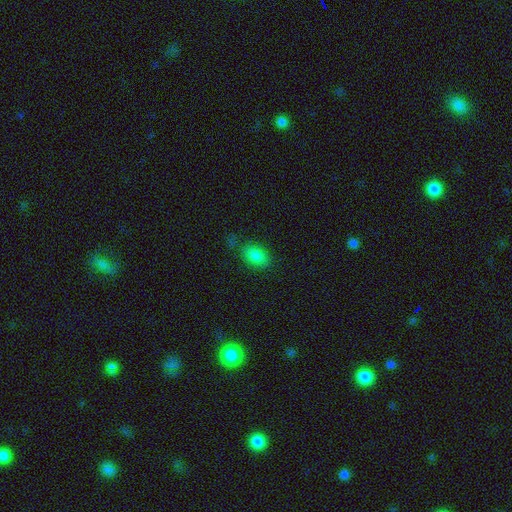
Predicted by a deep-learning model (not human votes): smooth 84%, star or artifact 11%, featured or disk 5%. Down the decision tree: how rounded — in between (88%); merging — none (72%).